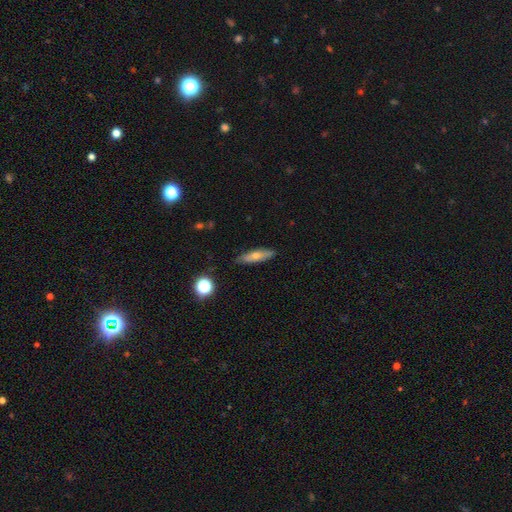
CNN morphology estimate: Smooth or featured?
  - smooth: 55% *
  - featured or disk: 37%
  - star or artifact: 8%
How rounded?
  - cigar-shaped: 68% *
  - in between: 29%
  - round: 3%
Merging?
  - none: 85% *
  - minor disturbance: 11%
  - major disturbance: 2%
  - merger: 1%